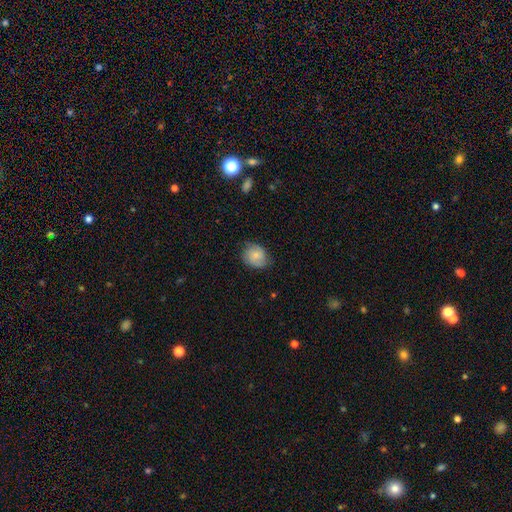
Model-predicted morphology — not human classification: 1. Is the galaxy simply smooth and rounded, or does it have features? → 70% smooth, 22% featured or disk, 7% star or artifact.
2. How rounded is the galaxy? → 66% round, 33% in between, 1% cigar-shaped.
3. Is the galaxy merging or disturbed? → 68% none, 26% minor disturbance, 5% major disturbance, 1% merger.